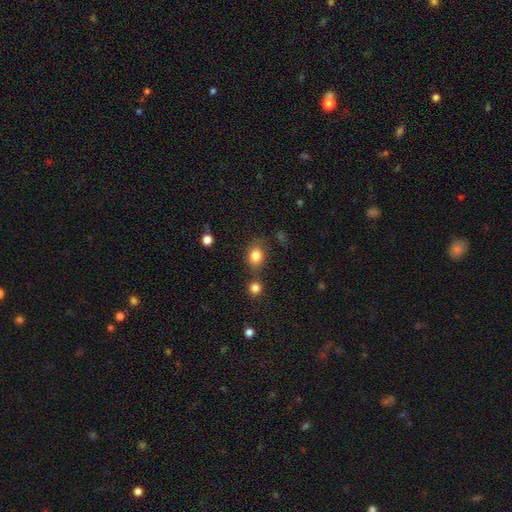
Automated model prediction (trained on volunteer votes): Overall: smooth (83%). How rounded: round (51%; in between 48%). Merging: none (70%).